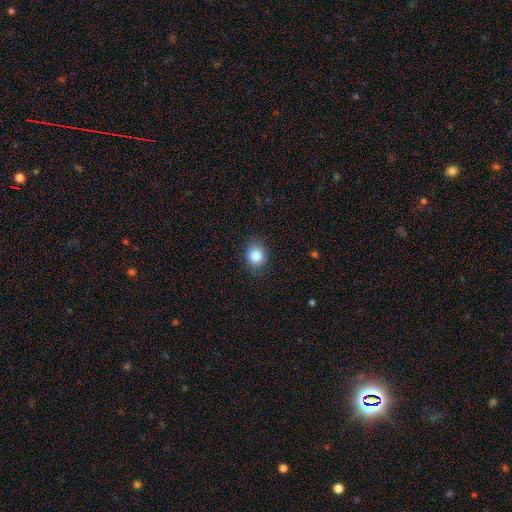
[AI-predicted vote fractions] smooth 85%, star or artifact 10%, featured or disk 5%. Down the decision tree: how rounded — round (70%); merging — none (85%).